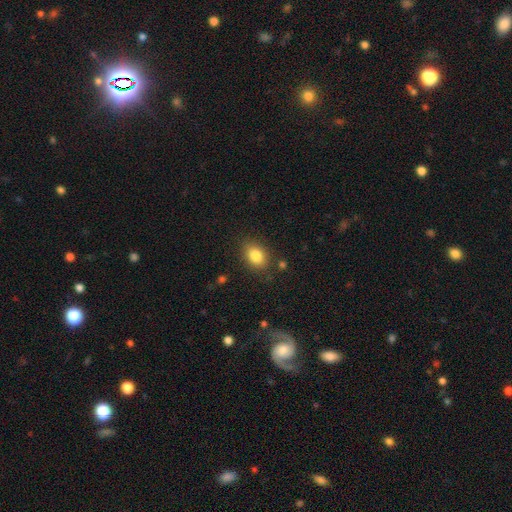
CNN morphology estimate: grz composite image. It shows a smooth galaxy with no disk features (83%) that is in between round and cigar-shaped (77%). Merging: none (83%).